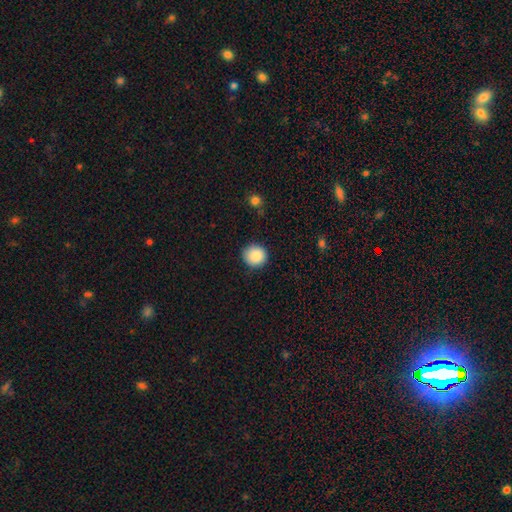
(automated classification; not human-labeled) A smooth galaxy with no disk features (89%) that is round (93%). Merging: none (89%).